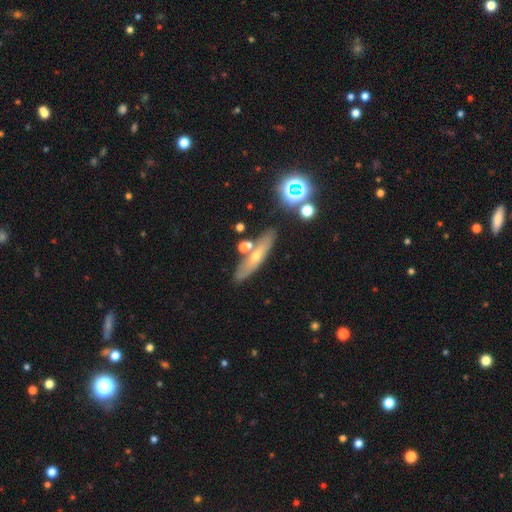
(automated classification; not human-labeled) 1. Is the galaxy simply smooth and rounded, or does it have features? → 46% smooth, 42% featured or disk, 12% star or artifact.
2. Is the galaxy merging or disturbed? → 76% none, 11% minor disturbance, 10% merger, 3% major disturbance.